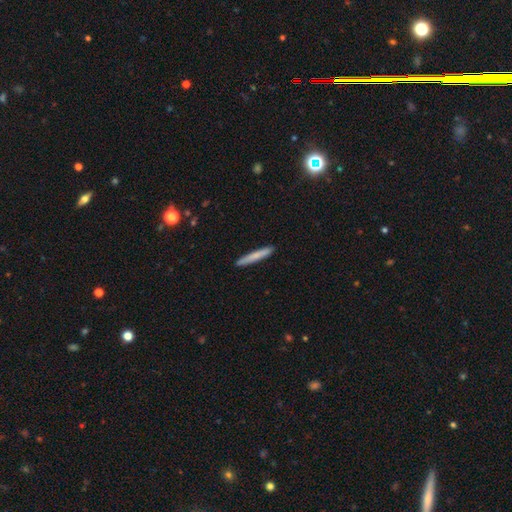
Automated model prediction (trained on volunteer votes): Smooth or featured? smooth (72%)
How rounded? cigar-shaped (96%)
Merging? none (91%)